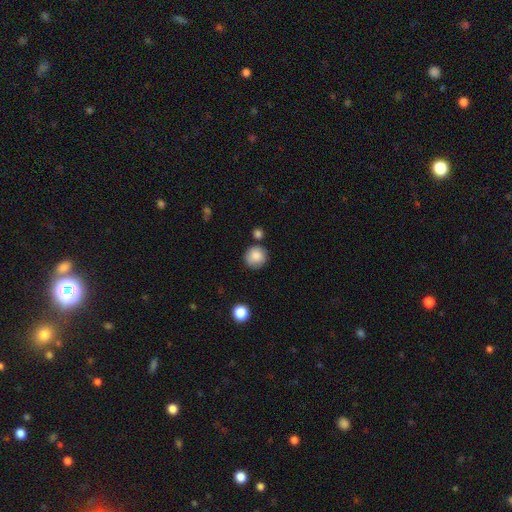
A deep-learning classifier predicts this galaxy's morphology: The model was most divided on "merging": none: 78%, minor disturbance: 12%, merger: 6%, major disturbance: 3%. More confident: how rounded — round (91%); smooth or featured — smooth (86%).